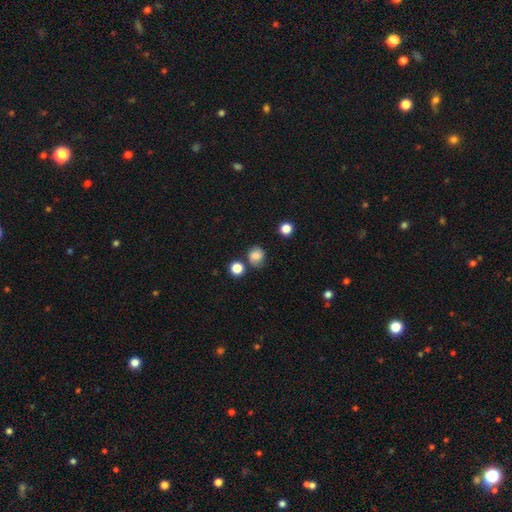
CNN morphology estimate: Smooth or featured?
  - smooth: 77% *
  - star or artifact: 12%
  - featured or disk: 11%
How rounded?
  - round: 75% *
  - in between: 24%
  - cigar-shaped: 1%
Merging?
  - none: 67% *
  - minor disturbance: 19%
  - merger: 8%
  - major disturbance: 6%